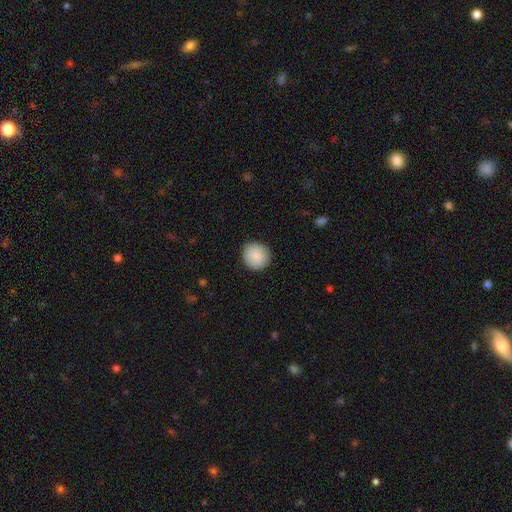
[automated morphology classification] The model was most divided on "smooth or featured": smooth: 89%, star or artifact: 7%, featured or disk: 4%. More confident: how rounded — round (91%); merging — none (90%).